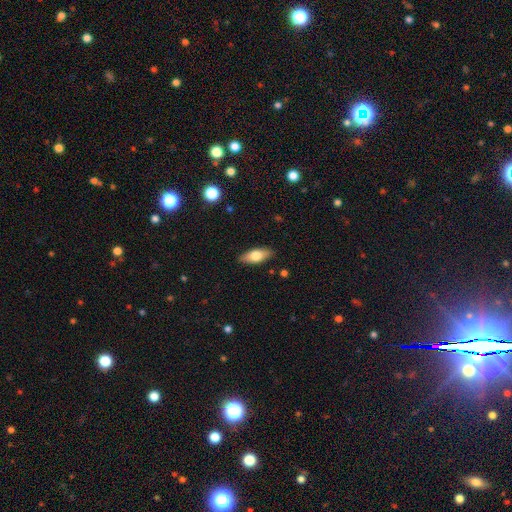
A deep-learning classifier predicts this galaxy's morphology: A smooth galaxy with no disk features (71%) that is in between round and cigar-shaped (80%). Merging: none (87%).